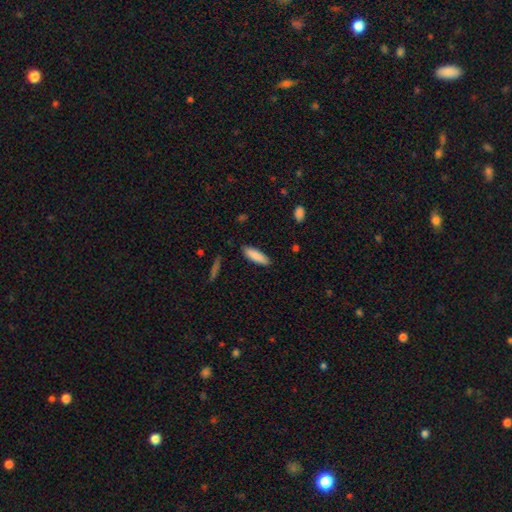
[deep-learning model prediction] The model was most divided on "how rounded": cigar-shaped: 55%, in between: 43%, round: 1%. More confident: merging — none (88%); smooth or featured — smooth (86%).